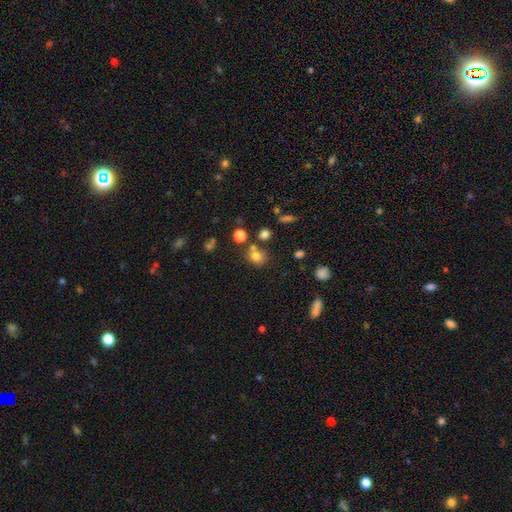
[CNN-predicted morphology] Smooth or featured?
  - smooth: 73% *
  - star or artifact: 16%
  - featured or disk: 11%
How rounded?
  - round: 72% *
  - in between: 26%
  - cigar-shaped: 1%
Merging?
  - none: 56% *
  - merger: 24%
  - minor disturbance: 14%
  - major disturbance: 6%